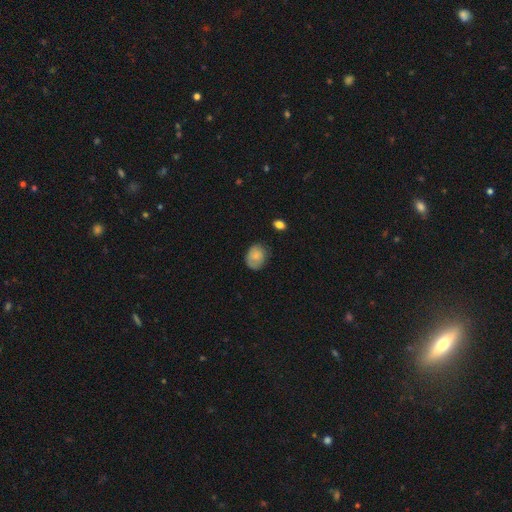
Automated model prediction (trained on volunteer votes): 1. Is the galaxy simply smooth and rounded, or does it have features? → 80% smooth, 12% featured or disk, 8% star or artifact.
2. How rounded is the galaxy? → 51% round, 48% in between, 1% cigar-shaped.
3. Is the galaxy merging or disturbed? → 64% none, 27% minor disturbance, 7% major disturbance, 2% merger.